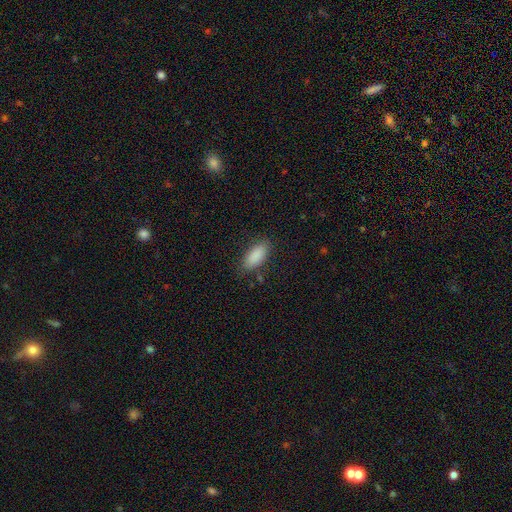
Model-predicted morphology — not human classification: smooth_or_featured: smooth (p=0.89) [alt: star or artifact p=0.07]
how_rounded: in between (p=0.84) [alt: cigar-shaped p=0.14]
merging: none (p=0.82) [alt: minor disturbance p=0.13]